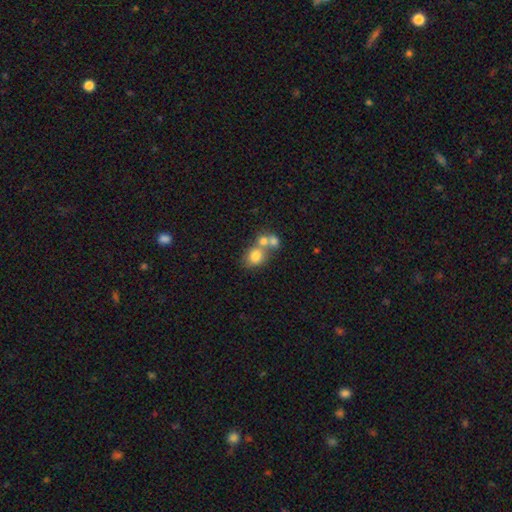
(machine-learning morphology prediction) smooth_or_featured: smooth (p=0.73) [alt: featured or disk p=0.16]
how_rounded: round (p=0.65) [alt: in between p=0.33]
merging: merger (p=0.52) [alt: none p=0.36]